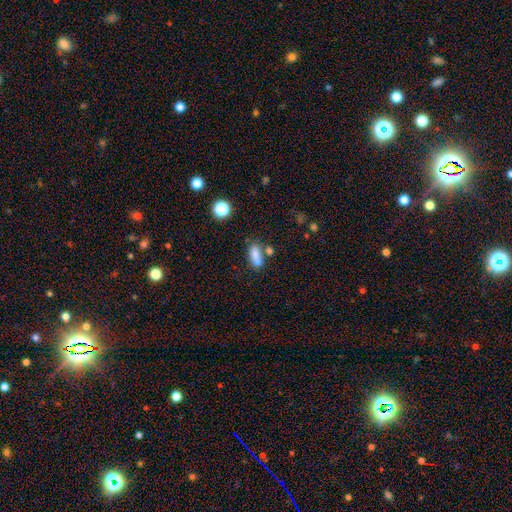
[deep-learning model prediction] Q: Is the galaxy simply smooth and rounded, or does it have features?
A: smooth — 79%.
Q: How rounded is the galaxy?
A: in between — 69%.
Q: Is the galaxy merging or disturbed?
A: none — 54%.